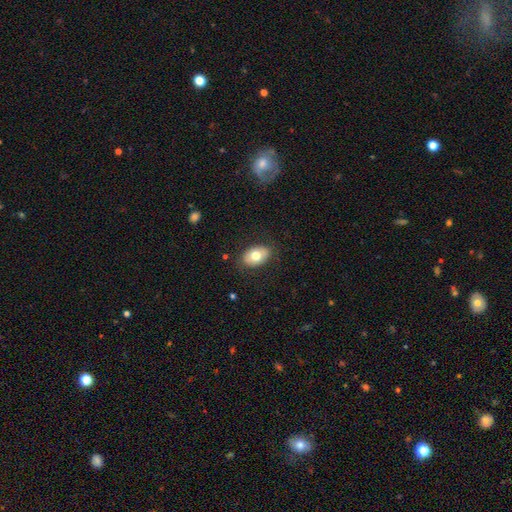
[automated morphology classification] smooth 74%, featured or disk 18%, star or artifact 7%. Down the decision tree: how rounded — in between (87%); merging — none (84%).